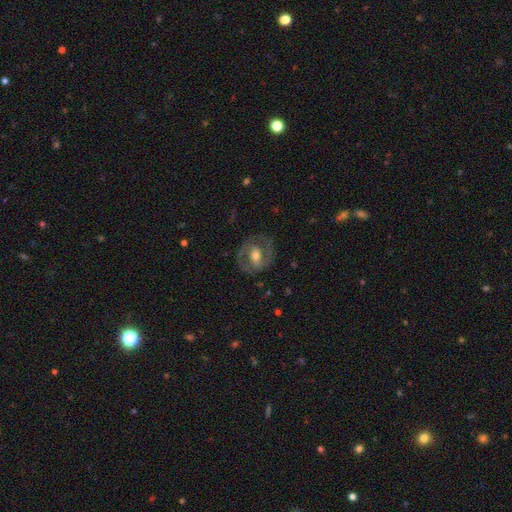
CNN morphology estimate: smooth_or_featured: featured or disk (p=0.70) [alt: smooth p=0.24]
disk_edge_on: no (p=0.95) [alt: yes p=0.05]
bar: weak (p=0.37) [alt: no p=0.33]
has_spiral_arms: yes (p=0.66) [alt: no p=0.34]
bulge_size: moderate (p=0.62) [alt: small p=0.28]
merging: none (p=0.73) [alt: minor disturbance p=0.15]